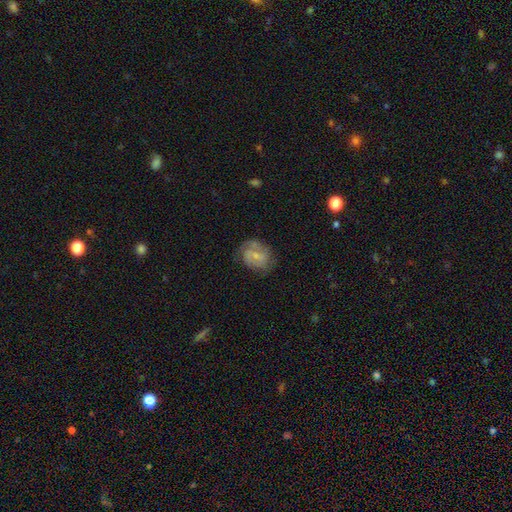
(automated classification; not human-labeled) Smooth or featured: featured or disk — 54% (smooth — 39%)
Edge-on disk: no — 97% (yes — 3%)
Bar: no — 53% (weak — 39%)
Spiral arms: yes — 77% (no — 23%)
Bulge size: small — 63% (moderate — 27%)
Merging: none — 62% (minor disturbance — 24%)